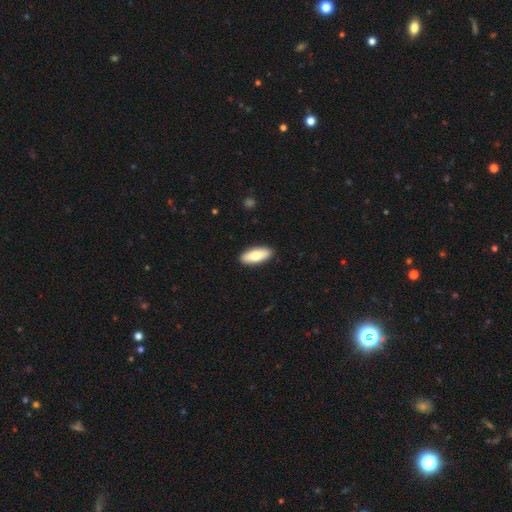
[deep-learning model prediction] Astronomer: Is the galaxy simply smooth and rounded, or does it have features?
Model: smooth — 75%.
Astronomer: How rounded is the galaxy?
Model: in between — 80%.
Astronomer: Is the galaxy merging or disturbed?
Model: none — 91%.